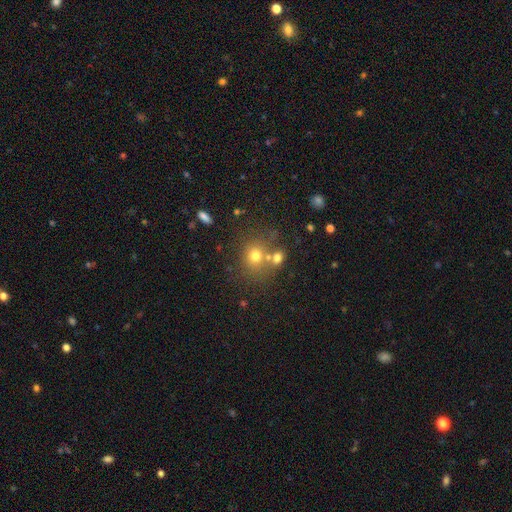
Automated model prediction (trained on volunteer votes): The model was most divided on "merging": none: 60%, merger: 24%, minor disturbance: 11%, major disturbance: 5%. More confident: how rounded — round (78%); smooth or featured — smooth (70%).